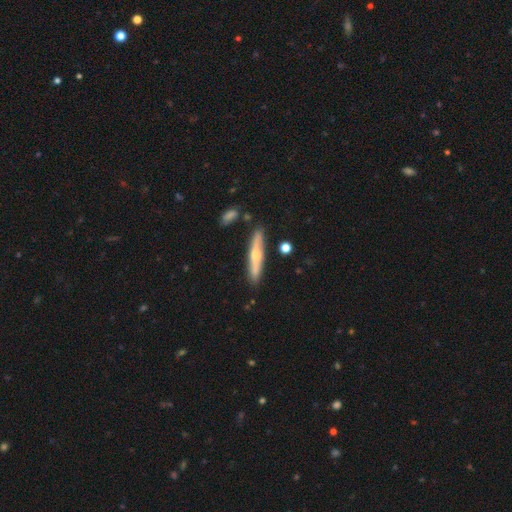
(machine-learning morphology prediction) Smooth or featured? smooth (47%, tied with featured or disk)
Merging? none (83%)